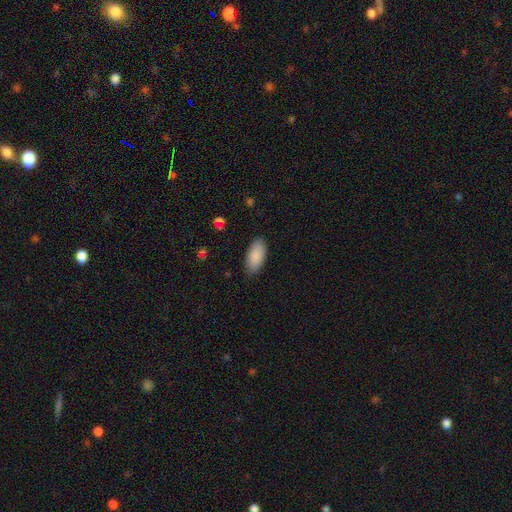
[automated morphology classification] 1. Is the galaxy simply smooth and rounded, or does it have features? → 89% smooth, 6% star or artifact, 5% featured or disk.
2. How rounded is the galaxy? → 92% in between, 7% cigar-shaped, 2% round.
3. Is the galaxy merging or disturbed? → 87% none, 10% minor disturbance, 2% major disturbance, 1% merger.